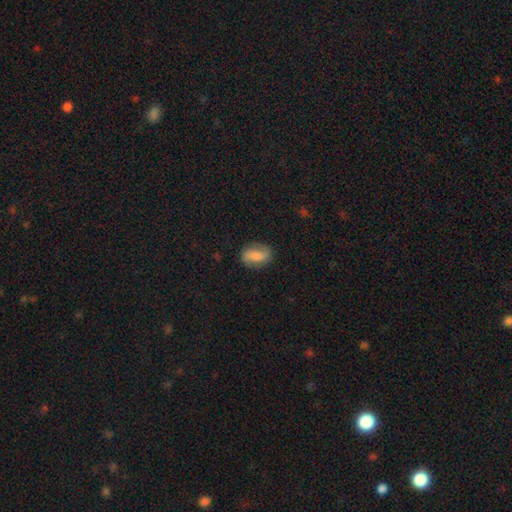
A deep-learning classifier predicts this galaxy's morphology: smooth-or-featured: smooth: 49% | featured or disk: 42% | star or artifact: 9%
  merging: none: 77% | minor disturbance: 16% | major disturbance: 6% | merger: 1%